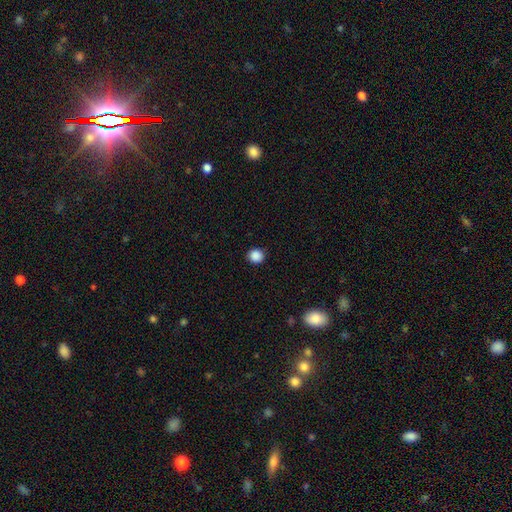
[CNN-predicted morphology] A smooth galaxy with no disk features (88%) that is round (90%). Merging: none (91%).